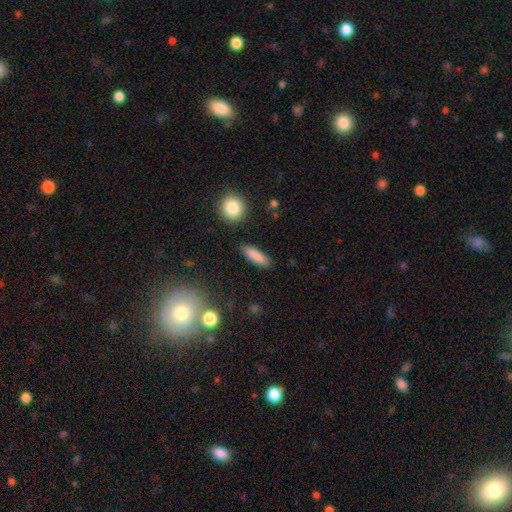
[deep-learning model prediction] Smooth or featured? smooth (86%)
How rounded? cigar-shaped (57%)
Merging? none (87%)